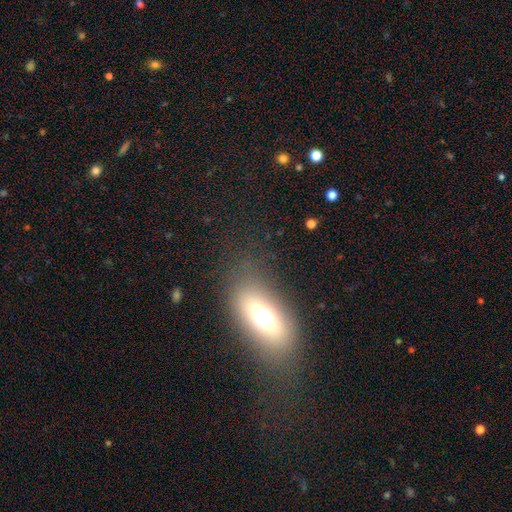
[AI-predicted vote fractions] Smooth or featured: smooth — 62% (featured or disk — 23%)
How rounded: in between — 77% (cigar-shaped — 16%)
Merging: none — 68% (minor disturbance — 17%)